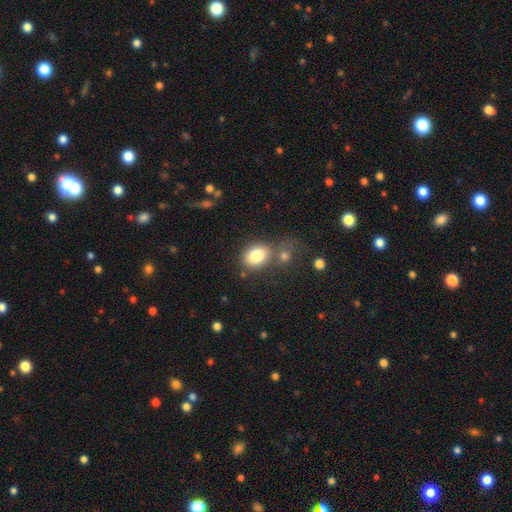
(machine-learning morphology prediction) The model was most divided on "merging": none: 54%, merger: 26%, minor disturbance: 14%, major disturbance: 7%. More confident: smooth or featured — smooth (84%); how rounded — in between (64%).